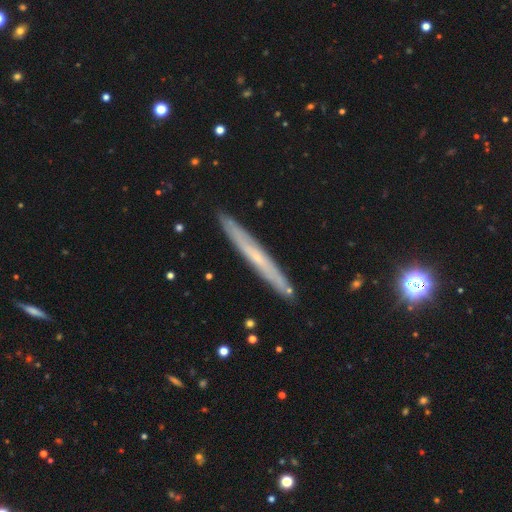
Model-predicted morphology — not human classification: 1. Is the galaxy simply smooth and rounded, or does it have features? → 60% featured or disk, 34% smooth, 6% star or artifact.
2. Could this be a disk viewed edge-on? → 91% yes, 9% no.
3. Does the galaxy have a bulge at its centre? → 68% none, 29% rounded, 3% boxy.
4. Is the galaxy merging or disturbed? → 89% none, 8% minor disturbance, 1% merger, 1% major disturbance.